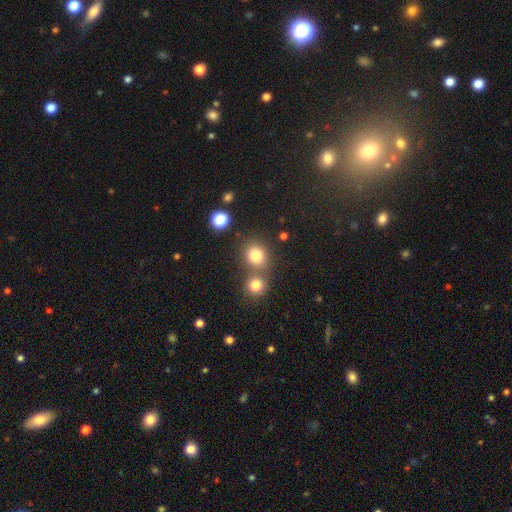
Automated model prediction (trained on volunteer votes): This appears to be a smooth galaxy with no disk features (79%) that is round (79%). Merging: none (61%).